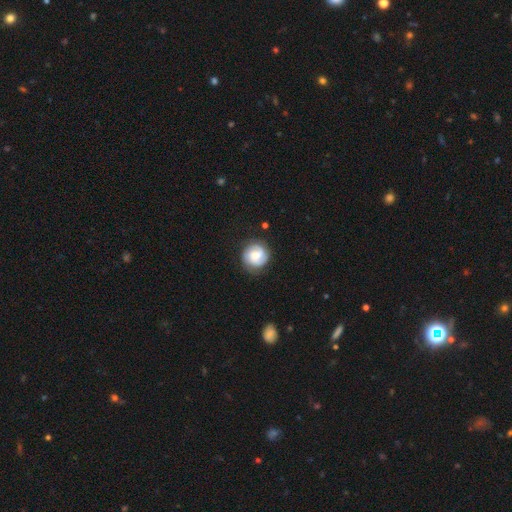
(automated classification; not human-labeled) This is likely a featured or disk galaxy (67%). It is clearly not viewed edge-on (98%). Bar: possibly no (45%, tied with weak). Spiral arm pattern: clearly yes (94%). Spiral arm count: possibly 2 (59%). Spiral winding: possibly tight (52%). Central bulge: possibly moderate (53%). Merging: clearly none (81%).